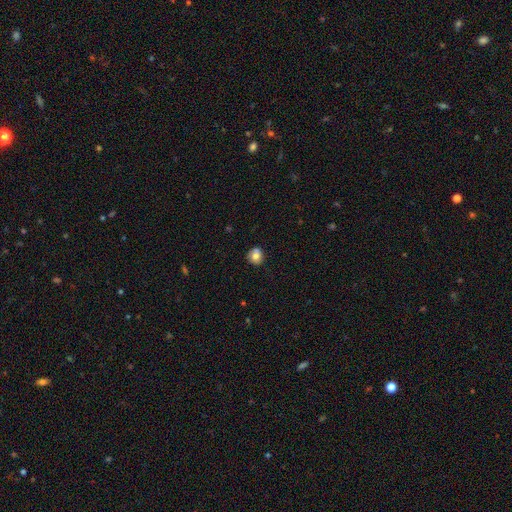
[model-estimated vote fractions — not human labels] Q: Smooth or featured?
A: smooth (75%); runner-up: featured or disk (15%)
Q: How rounded?
A: round (87%); runner-up: in between (12%)
Q: Merging?
A: none (76%); runner-up: minor disturbance (15%)